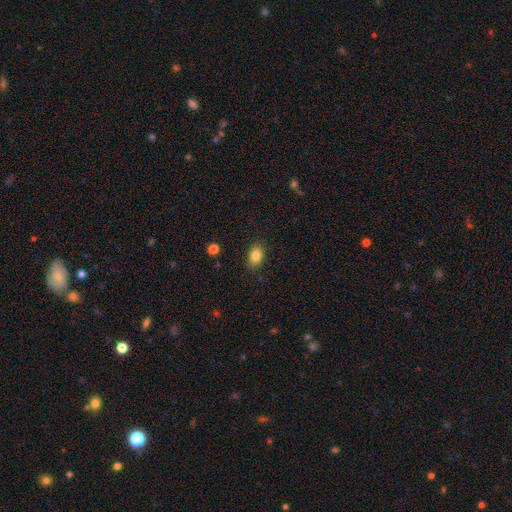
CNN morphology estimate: Smooth or featured: smooth — 84% (star or artifact — 9%)
How rounded: in between — 80% (round — 19%)
Merging: none — 87% (minor disturbance — 9%)